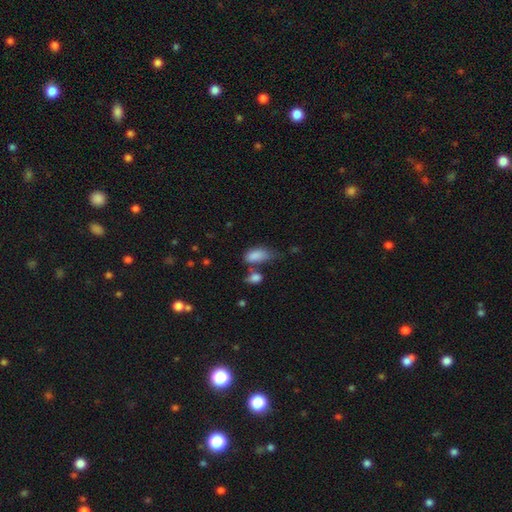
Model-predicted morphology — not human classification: Smooth or featured?
  - smooth: 84% *
  - star or artifact: 8%
  - featured or disk: 8%
How rounded?
  - in between: 90% *
  - cigar-shaped: 5%
  - round: 5%
Merging?
  - none: 36% *
  - minor disturbance: 27%
  - merger: 24%
  - major disturbance: 13%